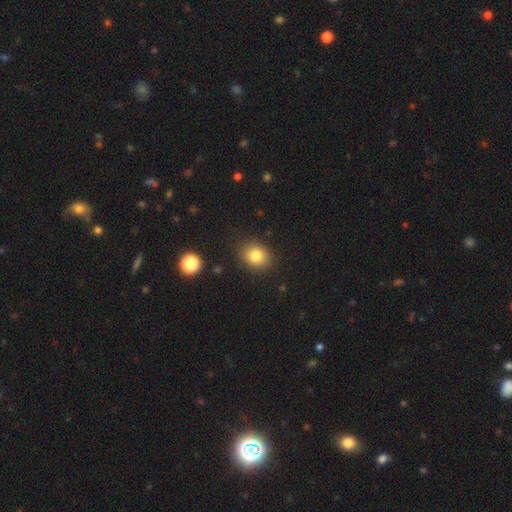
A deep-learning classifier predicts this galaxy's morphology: Smooth or featured: smooth — 82% (star or artifact — 11%)
How rounded: round — 63% (in between — 36%)
Merging: none — 87% (minor disturbance — 9%)